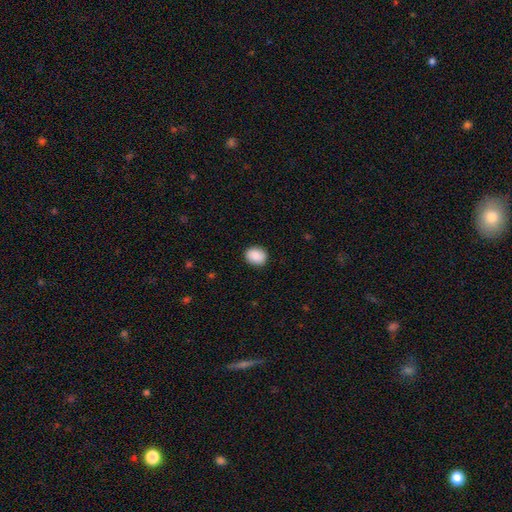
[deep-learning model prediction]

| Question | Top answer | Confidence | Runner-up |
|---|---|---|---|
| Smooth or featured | smooth | 89% | star or artifact (7%) |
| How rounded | round | 57% | in between (42%) |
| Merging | none | 89% | minor disturbance (8%) |